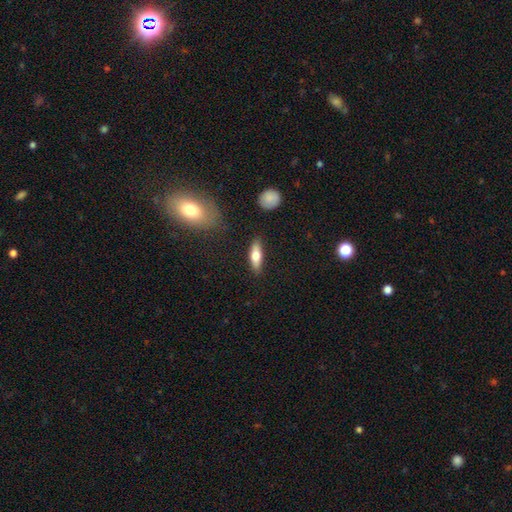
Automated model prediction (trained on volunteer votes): Smooth or featured? smooth (65%)
How rounded? in between (49%)
Merging? none (85%)